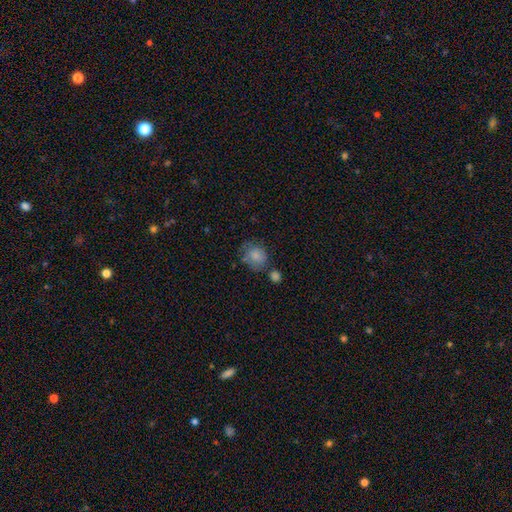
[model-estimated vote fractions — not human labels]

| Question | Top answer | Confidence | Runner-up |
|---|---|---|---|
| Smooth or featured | smooth | 82% | featured or disk (10%) |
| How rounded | round | 67% | in between (32%) |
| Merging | none | 53% | minor disturbance (24%) |